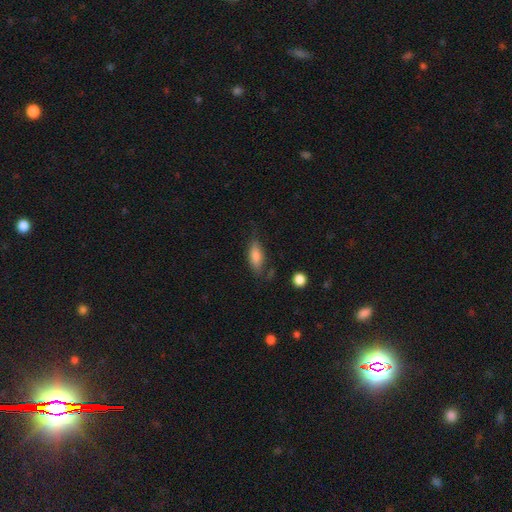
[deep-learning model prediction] Smooth or featured?
  - smooth: 78% *
  - featured or disk: 15%
  - star or artifact: 7%
How rounded?
  - in between: 73% *
  - cigar-shaped: 25%
  - round: 3%
Merging?
  - none: 66% *
  - minor disturbance: 24%
  - major disturbance: 7%
  - merger: 3%